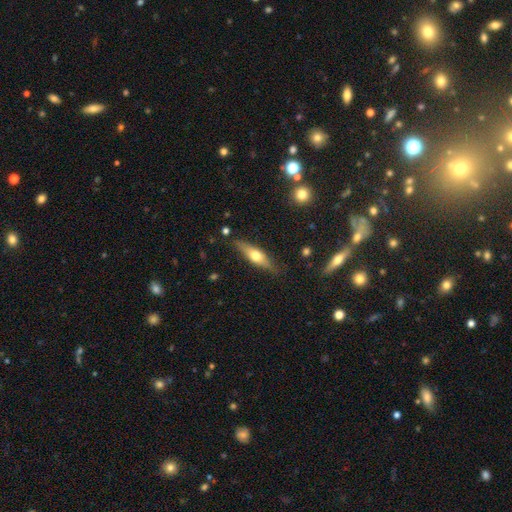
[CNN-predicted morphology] A smooth galaxy with no disk features (47%, tied with featured or disk).

Vote fractions:
- Smooth or featured? smooth: 47% (tied) / featured or disk: 47% (tied) / star or artifact: 6%
- Merging? none: 81% / minor disturbance: 14% / major disturbance: 3% / merger: 2%